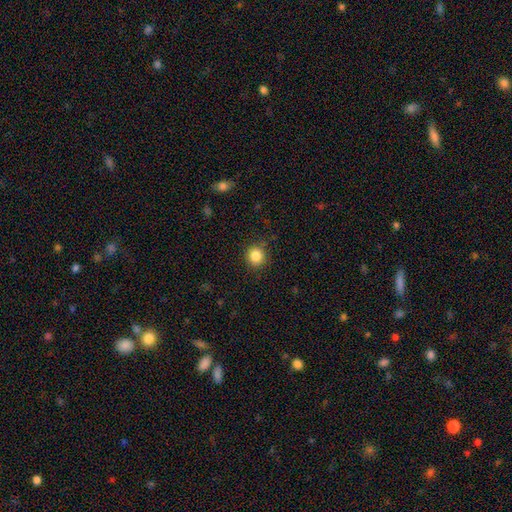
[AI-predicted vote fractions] A smooth galaxy with no disk features (85%) that is round (90%).

Vote fractions:
- Smooth or featured? smooth: 85% / star or artifact: 11% / featured or disk: 4%
- How rounded? round: 90% / in between: 9% / cigar-shaped: 1%
- Merging? none: 88% / minor disturbance: 8% / major disturbance: 3% / merger: 1%